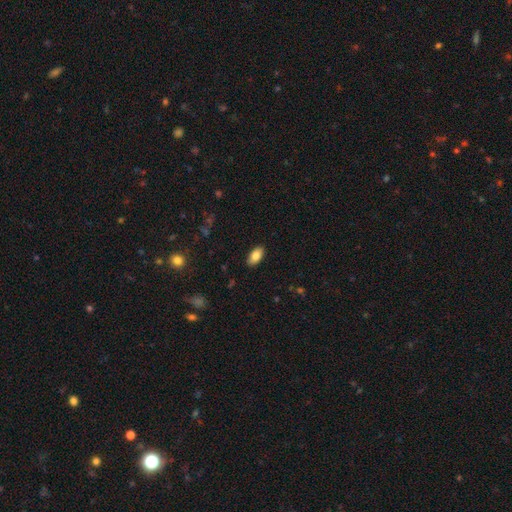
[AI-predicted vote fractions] smooth_or_featured: smooth (p=0.83) [alt: featured or disk p=0.10]
how_rounded: in between (p=0.93) [alt: cigar-shaped p=0.04]
merging: none (p=0.88) [alt: minor disturbance p=0.09]